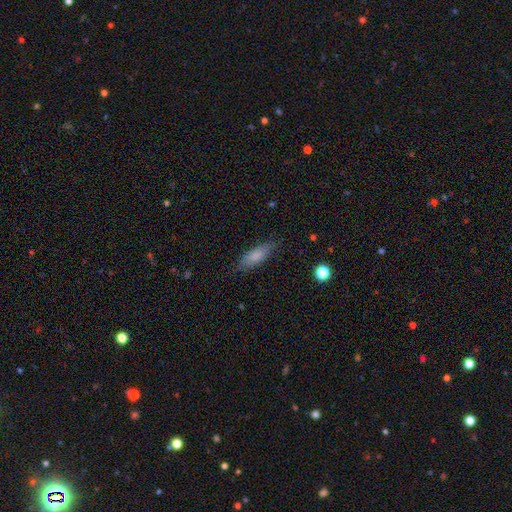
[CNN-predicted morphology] smooth 81%, featured or disk 12%, star or artifact 7%. Down the decision tree: how rounded — in between (58%); merging — none (80%).